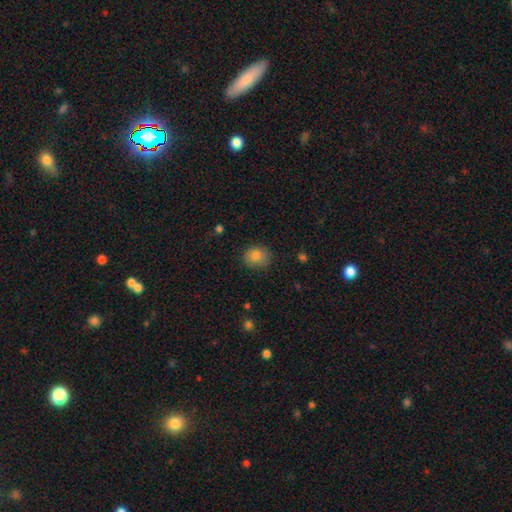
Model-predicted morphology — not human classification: smooth_or_featured: smooth (p=0.83) [alt: star or artifact p=0.09]
how_rounded: round (p=0.74) [alt: in between p=0.25]
merging: none (p=0.76) [alt: minor disturbance p=0.19]